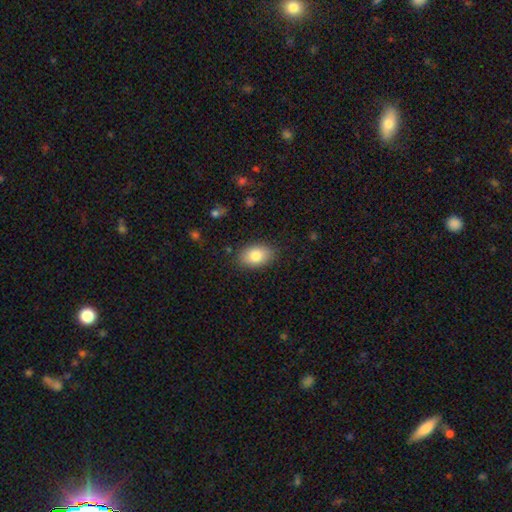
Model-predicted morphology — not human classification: Smooth or featured? smooth (82%)
How rounded? in between (89%)
Merging? none (86%)